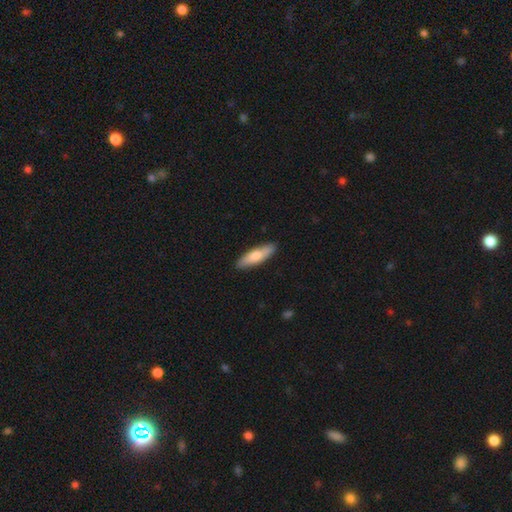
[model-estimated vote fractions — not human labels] A smooth galaxy with no disk features (73%) that is cigar-shaped (59%).

Vote fractions:
- Smooth or featured? smooth: 73% / featured or disk: 22% / star or artifact: 5%
- How rounded? cigar-shaped: 59% / in between: 39% / round: 2%
- Merging? none: 89% / minor disturbance: 9% / major disturbance: 1% / merger: 1%